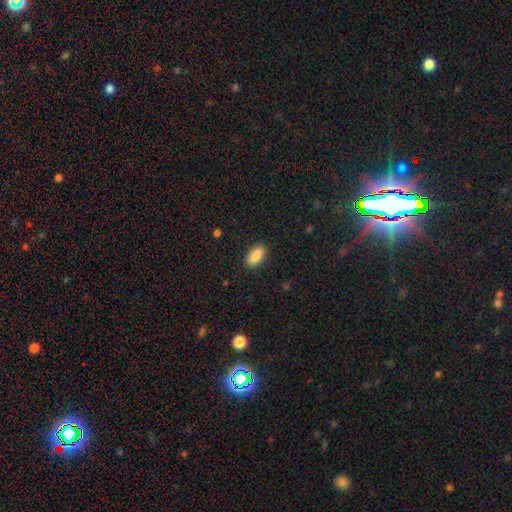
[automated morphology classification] smooth_or_featured: smooth (p=0.88) [alt: star or artifact p=0.07]
how_rounded: in between (p=0.92) [alt: cigar-shaped p=0.04]
merging: none (p=0.89) [alt: minor disturbance p=0.08]